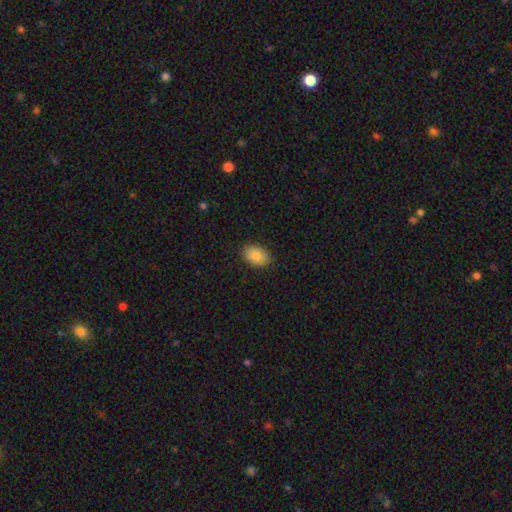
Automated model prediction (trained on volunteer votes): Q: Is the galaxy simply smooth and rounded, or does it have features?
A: smooth — 87%.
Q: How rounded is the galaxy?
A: in between — 86%.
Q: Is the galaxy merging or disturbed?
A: none — 88%.